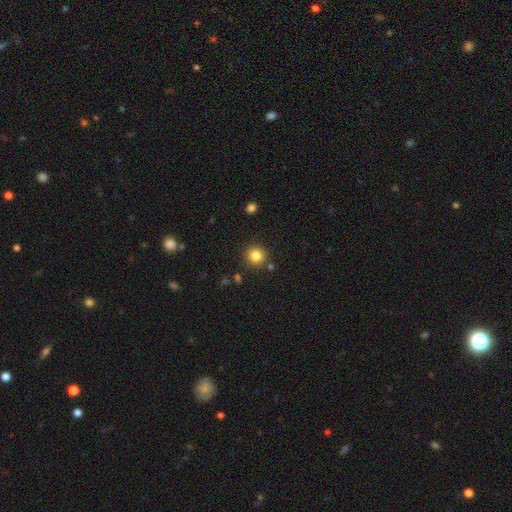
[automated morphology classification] This appears to be a smooth galaxy with no disk features (83%) that is round (93%). Merging: none (87%).